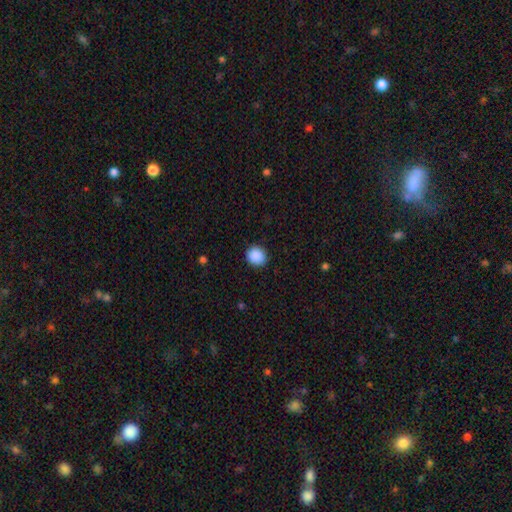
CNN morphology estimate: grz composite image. It shows a smooth galaxy with no disk features (89%) that is round (82%). Merging: none (89%).